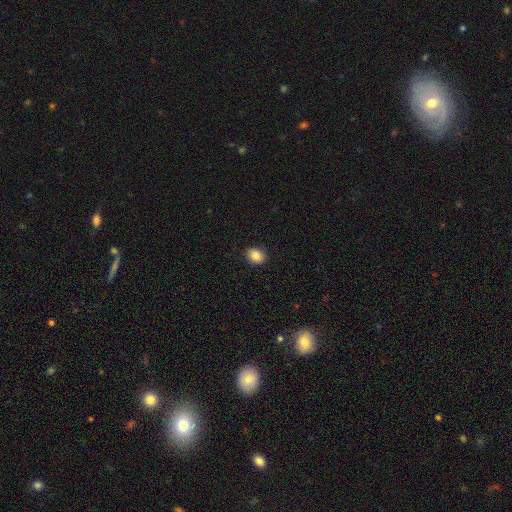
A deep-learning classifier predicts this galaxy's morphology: This appears to be a smooth galaxy with no disk features (86%) that is round (52%). Merging: none (90%).